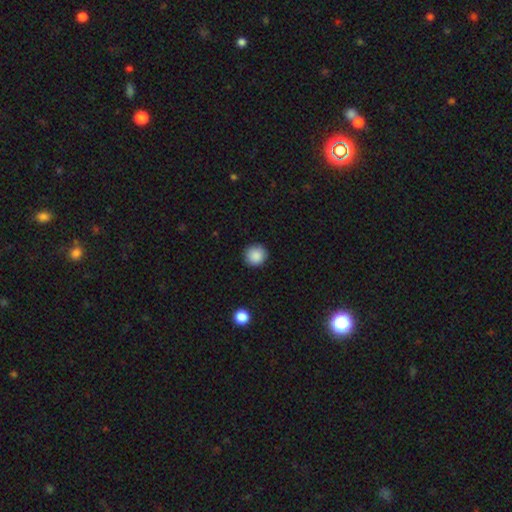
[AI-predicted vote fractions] Smooth or featured: smooth — 88% (star or artifact — 9%)
How rounded: round — 93% (in between — 6%)
Merging: none — 90% (minor disturbance — 7%)